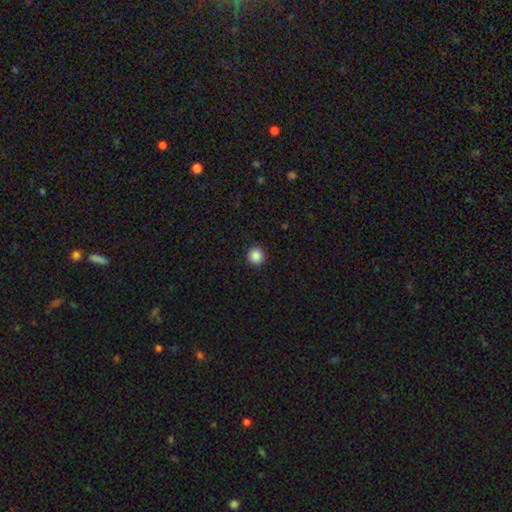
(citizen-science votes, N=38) A smooth galaxy with no disk features (95%) that is round (94%).

Vote fractions:
- Smooth or featured? smooth: 95% / star or artifact: 5% / featured or disk: 0%
- How rounded? round: 94% / in between: 6% / cigar-shaped: 0%
- Merging? none: 89% / major disturbance: 8% / minor disturbance: 3% / merger: 0%